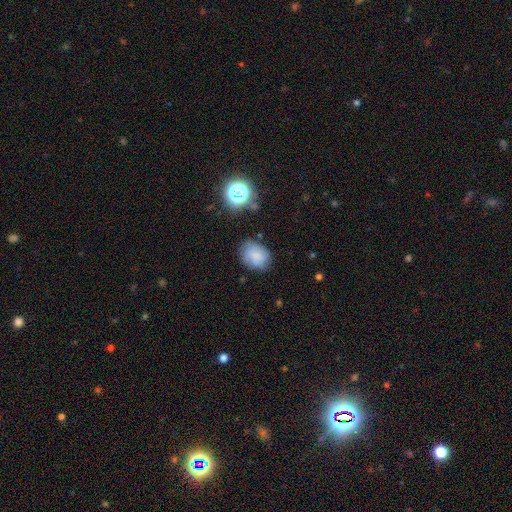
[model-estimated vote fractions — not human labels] smooth 72%, featured or disk 16%, star or artifact 12%. Down the decision tree: how rounded — in between (56%); merging — none (69%).